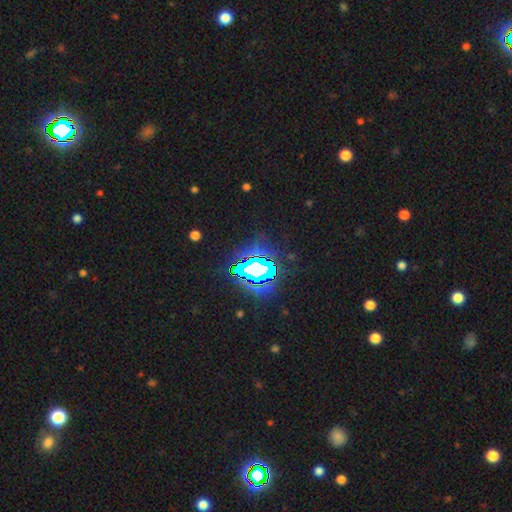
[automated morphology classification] A star or artifact, not a galaxy (81%).